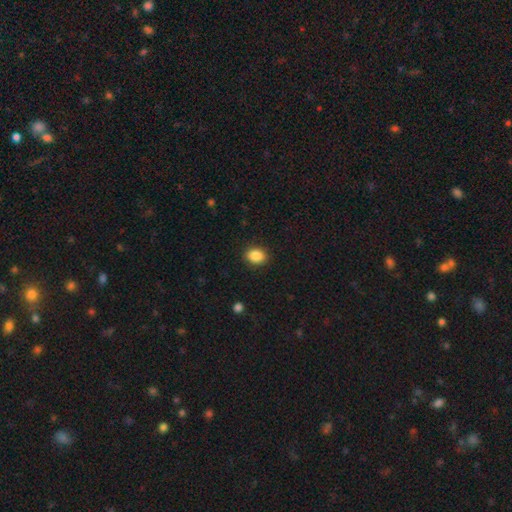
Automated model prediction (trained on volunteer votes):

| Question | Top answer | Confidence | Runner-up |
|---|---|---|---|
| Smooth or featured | smooth | 88% | star or artifact (9%) |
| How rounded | in between | 56% | round (43%) |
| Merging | none | 89% | minor disturbance (7%) |